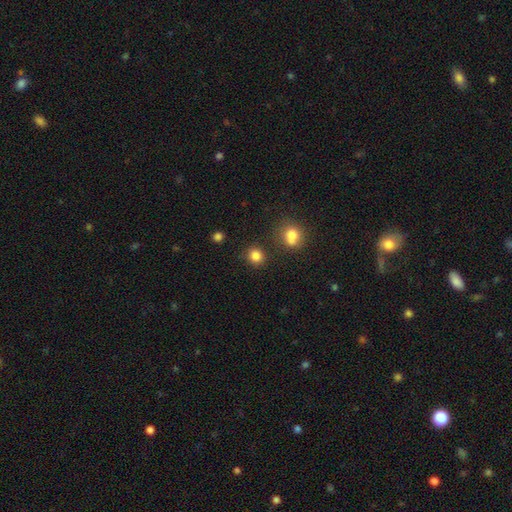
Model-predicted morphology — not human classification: Smooth or featured? smooth (84%)
How rounded? round (86%)
Merging? none (83%)